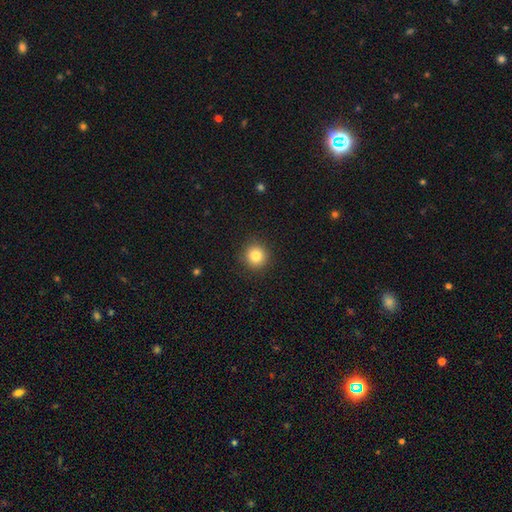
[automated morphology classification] Q: Smooth or featured?
A: smooth (84%); runner-up: star or artifact (11%)
Q: How rounded?
A: round (93%); runner-up: in between (6%)
Q: Merging?
A: none (91%); runner-up: minor disturbance (6%)